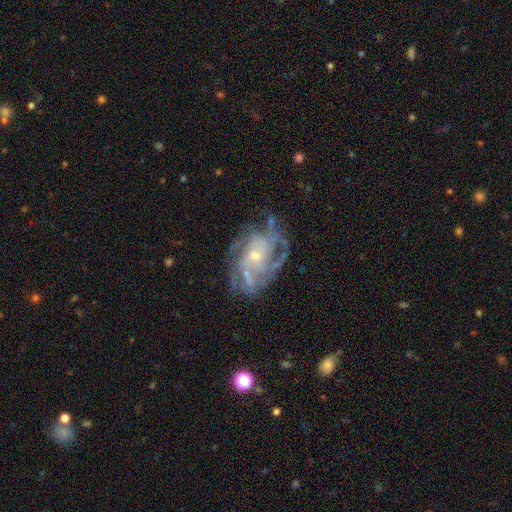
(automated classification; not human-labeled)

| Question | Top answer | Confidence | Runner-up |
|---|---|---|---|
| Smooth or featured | featured or disk | 86% | star or artifact (8%) |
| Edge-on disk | no | 97% | yes (3%) |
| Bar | no | 68% | weak (26%) |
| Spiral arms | yes | 93% | no (7%) |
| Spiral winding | tight | 48% | medium (40%) |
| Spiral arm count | can't tell | 27% | 4 (26%) |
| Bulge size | small | 65% | moderate (29%) |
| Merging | none | 64% | minor disturbance (20%) |